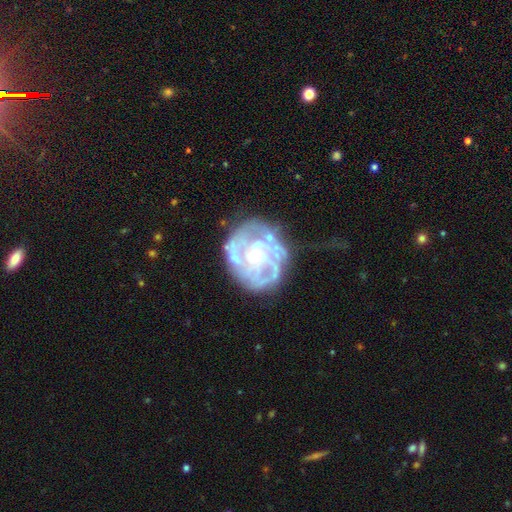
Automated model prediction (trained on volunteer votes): Morphology: type=featured or disk (82%); edge-on=no (98%); bar=no (70%); spiral arms=yes (80%); winding=tight (57%); arm count=can't tell (42%); bulge=small (68%); merging=none (57%).